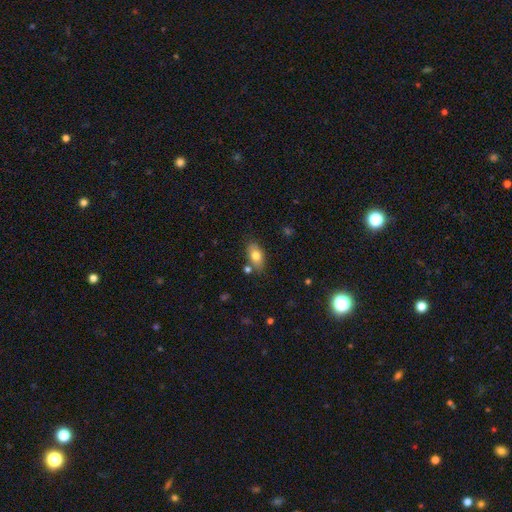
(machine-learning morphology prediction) A smooth galaxy with no disk features (77%) that is in between round and cigar-shaped (88%). Merging: none (76%).